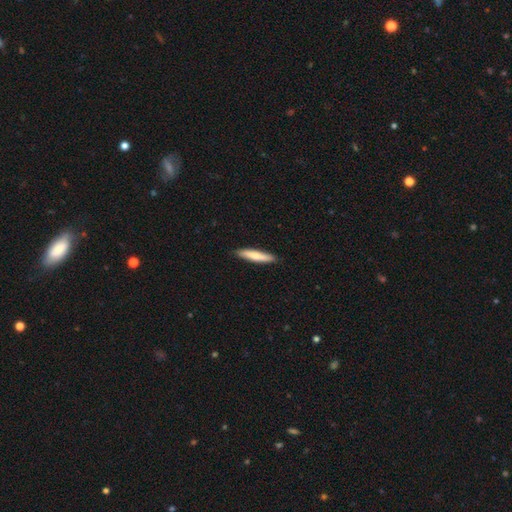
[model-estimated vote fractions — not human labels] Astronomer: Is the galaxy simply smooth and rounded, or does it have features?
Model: smooth — 71%.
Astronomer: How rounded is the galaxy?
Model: cigar-shaped — 88%.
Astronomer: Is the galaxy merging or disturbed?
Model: none — 89%.